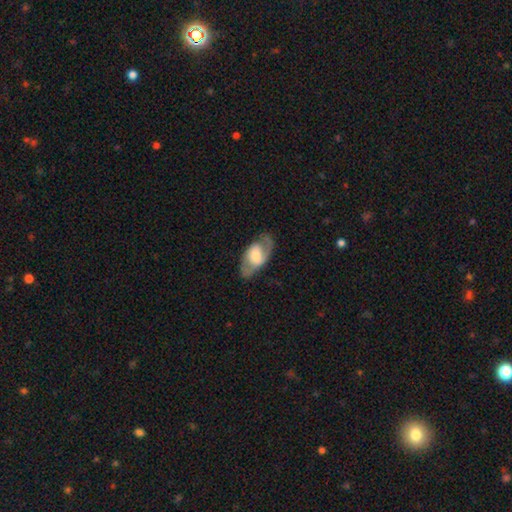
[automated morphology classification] Overall: featured or disk (65%; smooth 29%). Edge-on disk: no (92%). Bar: no (46%; weak 38%). Spiral arms: yes (76%). Bulge size: moderate (38%; large 30%). Merging: none (72%).